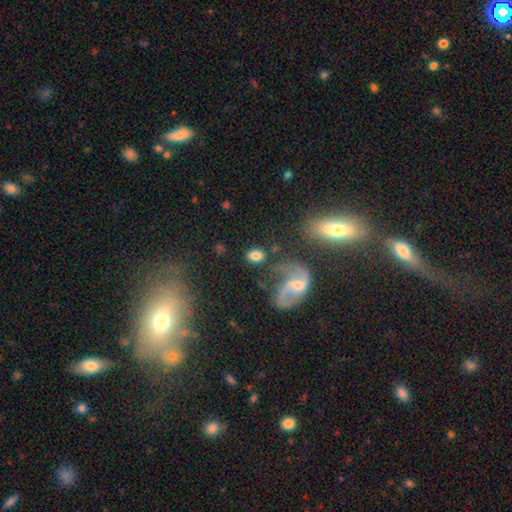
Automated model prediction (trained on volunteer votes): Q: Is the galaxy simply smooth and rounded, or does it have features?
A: smooth — 71%.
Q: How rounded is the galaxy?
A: in between — 77%.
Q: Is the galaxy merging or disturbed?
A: none — 66%.